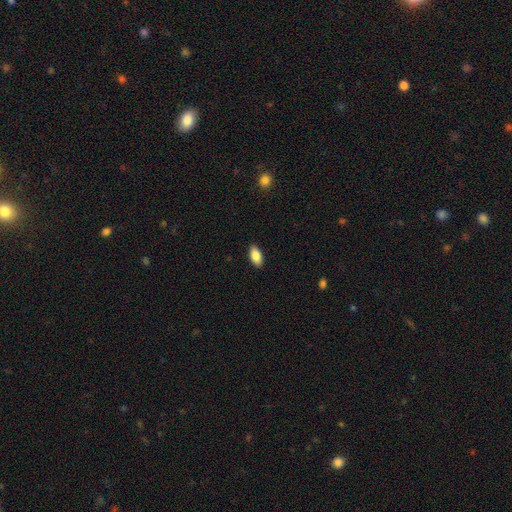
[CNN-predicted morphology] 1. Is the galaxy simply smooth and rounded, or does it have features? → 87% smooth, 7% star or artifact, 6% featured or disk.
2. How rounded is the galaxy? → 92% in between, 5% cigar-shaped, 3% round.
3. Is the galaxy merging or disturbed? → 89% none, 9% minor disturbance, 2% major disturbance, 1% merger.